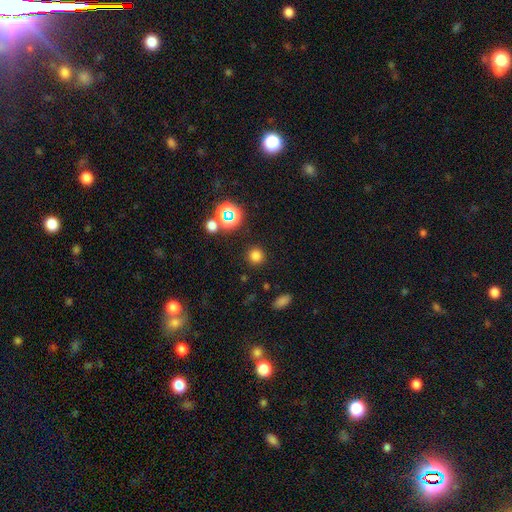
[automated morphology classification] type=smooth (75%); roundness=round (93%); merging=none (89%).